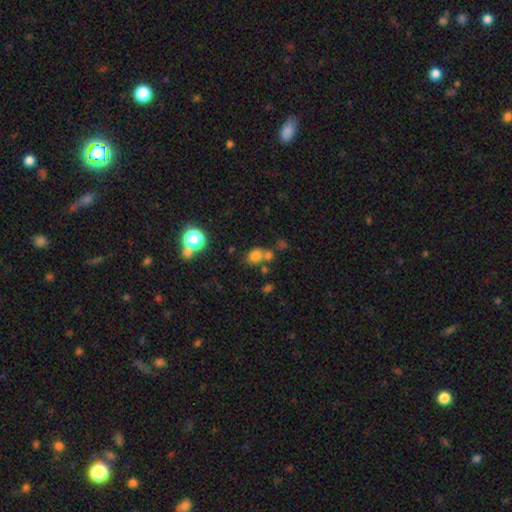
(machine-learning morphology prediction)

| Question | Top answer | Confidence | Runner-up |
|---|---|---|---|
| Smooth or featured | smooth | 73% | star or artifact (18%) |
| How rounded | round | 55% | in between (44%) |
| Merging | none | 52% | merger (31%) |